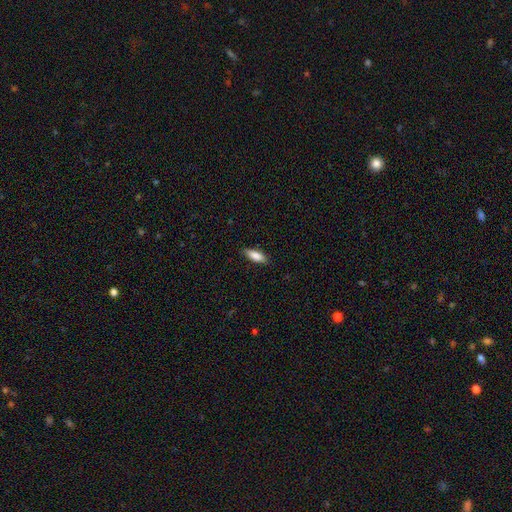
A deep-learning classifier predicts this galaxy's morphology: smooth 85%, featured or disk 9%, star or artifact 6%. Down the decision tree: how rounded — in between (69%); merging — none (86%).